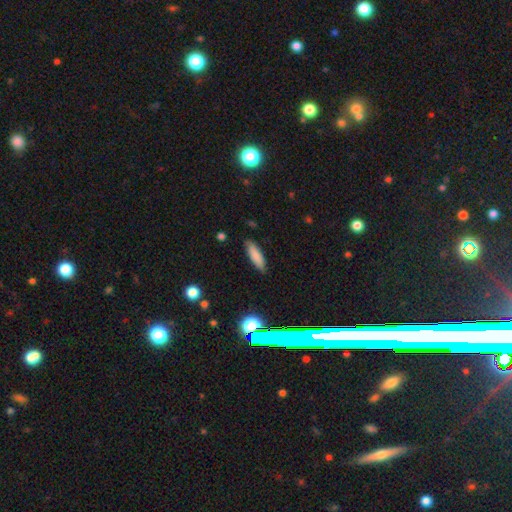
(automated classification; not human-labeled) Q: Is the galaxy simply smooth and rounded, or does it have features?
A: smooth — 84%.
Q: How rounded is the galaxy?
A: cigar-shaped — 50%.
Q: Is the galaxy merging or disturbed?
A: none — 85%.